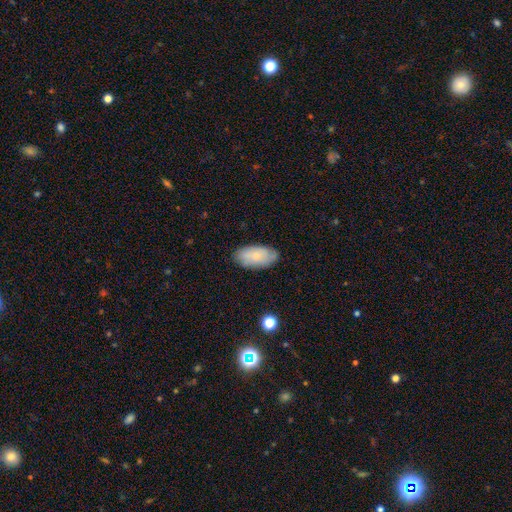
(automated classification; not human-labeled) Q: Smooth or featured?
A: smooth (74%); runner-up: featured or disk (19%)
Q: How rounded?
A: in between (94%); runner-up: cigar-shaped (4%)
Q: Merging?
A: none (80%); runner-up: minor disturbance (15%)